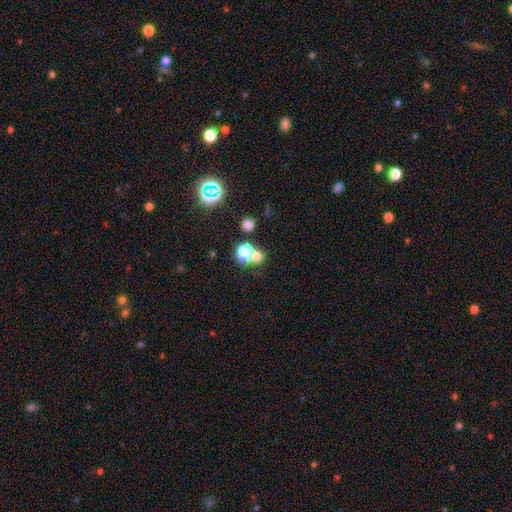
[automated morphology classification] The model was most divided on "merging": none: 57%, merger: 32%, minor disturbance: 7%, major disturbance: 4%. More confident: how rounded — round (80%); smooth or featured — smooth (62%).